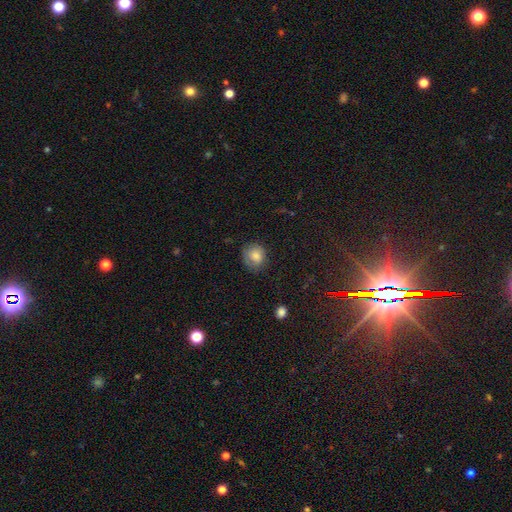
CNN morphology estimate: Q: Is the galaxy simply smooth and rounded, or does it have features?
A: smooth — 80%.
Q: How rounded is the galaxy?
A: round — 75%.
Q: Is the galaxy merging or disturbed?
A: none — 67%.